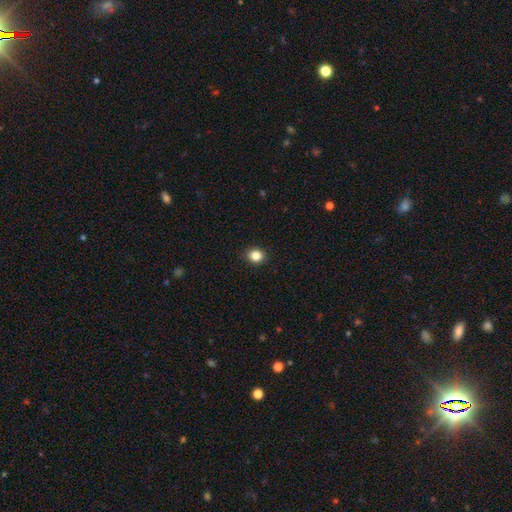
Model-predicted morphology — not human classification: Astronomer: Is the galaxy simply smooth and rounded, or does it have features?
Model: smooth — 84%.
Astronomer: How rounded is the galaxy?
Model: round — 74%.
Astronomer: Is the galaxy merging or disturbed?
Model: none — 91%.